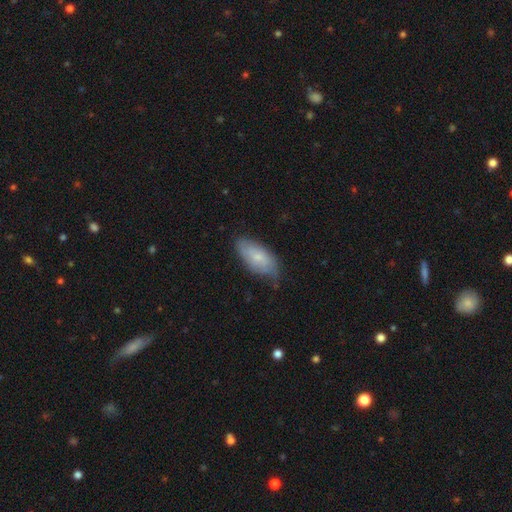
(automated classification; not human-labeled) A smooth galaxy with no disk features (64%) that is in between round and cigar-shaped (89%).

Vote fractions:
- Smooth or featured? smooth: 64% / featured or disk: 29% / star or artifact: 6%
- How rounded? in between: 89% / cigar-shaped: 9% / round: 2%
- Merging? none: 65% / minor disturbance: 29% / major disturbance: 5% / merger: 1%